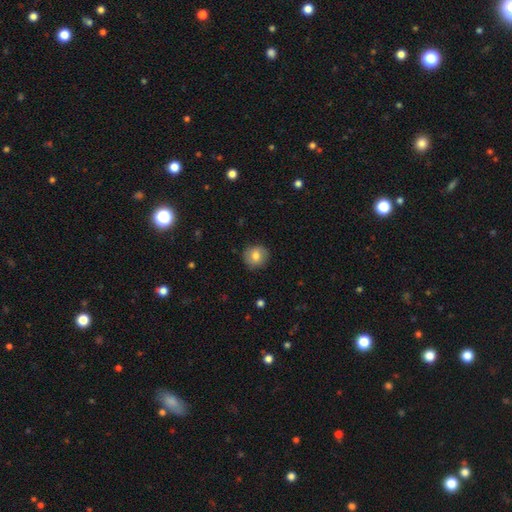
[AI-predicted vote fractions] Smooth or featured? smooth (75%)
How rounded? round (90%)
Merging? none (87%)